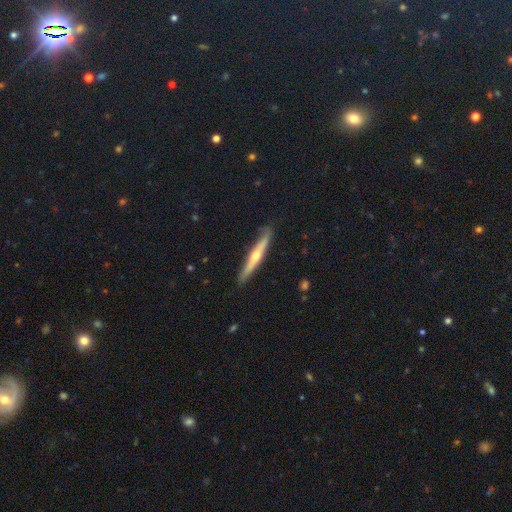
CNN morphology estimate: This is likely a featured or disk galaxy (65%). It is clearly viewed edge-on (95%). Edge-on bulge: clearly rounded (86%). Merging: clearly none (88%).